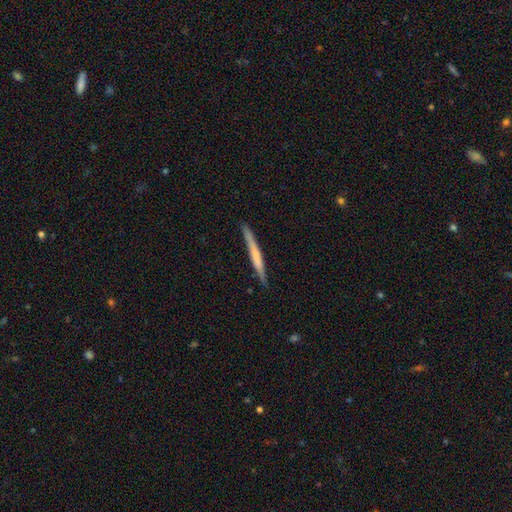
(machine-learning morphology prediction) The model was most divided on "smooth or featured": smooth: 48%, featured or disk: 46%, star or artifact: 6%. More confident: merging — none (88%).